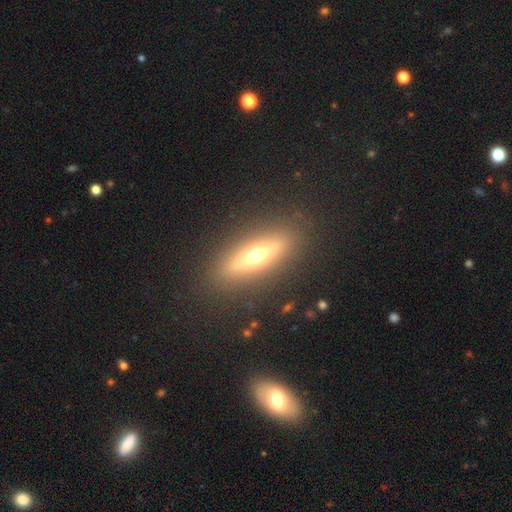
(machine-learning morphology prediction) The model was most divided on "smooth or featured": featured or disk: 50%, smooth: 42%, star or artifact: 8%. More confident: merging — none (88%).